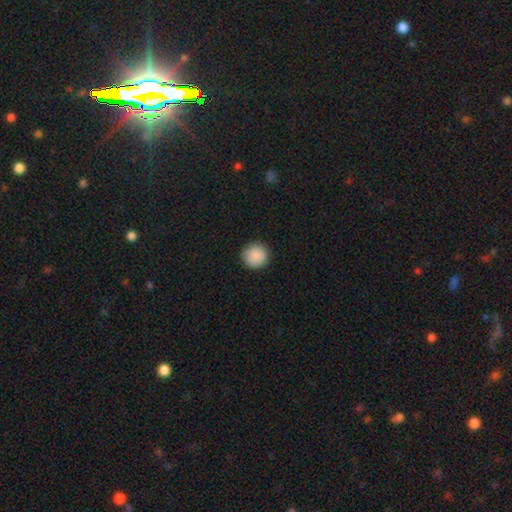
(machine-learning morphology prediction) smooth_or_featured: smooth (p=0.89) [alt: star or artifact p=0.07]
how_rounded: round (p=0.95) [alt: in between p=0.04]
merging: none (p=0.92) [alt: minor disturbance p=0.06]